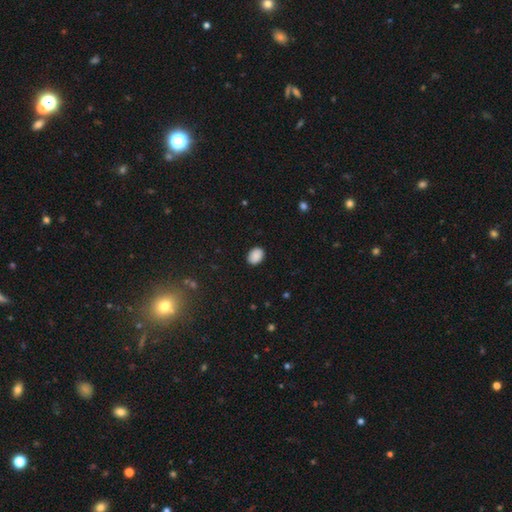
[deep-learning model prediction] This is clearly a smooth galaxy (89%). How rounded: likely in between (72%). Merging: clearly none (88%).